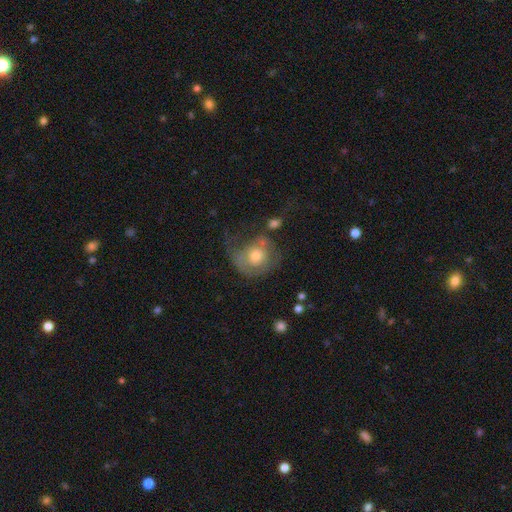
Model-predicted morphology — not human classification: A featured or disk galaxy (47%). Merging: major disturbance (36%).